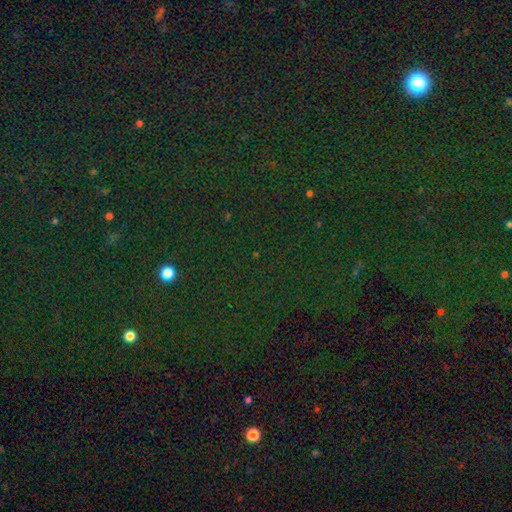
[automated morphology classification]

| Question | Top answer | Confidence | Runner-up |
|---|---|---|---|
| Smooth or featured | star or artifact | 80% | smooth (12%) |